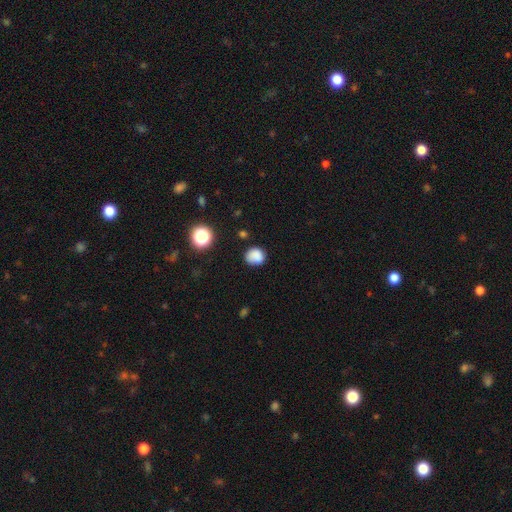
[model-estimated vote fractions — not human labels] smooth 83%, star or artifact 12%, featured or disk 6%. Down the decision tree: how rounded — round (78%); merging — none (72%).